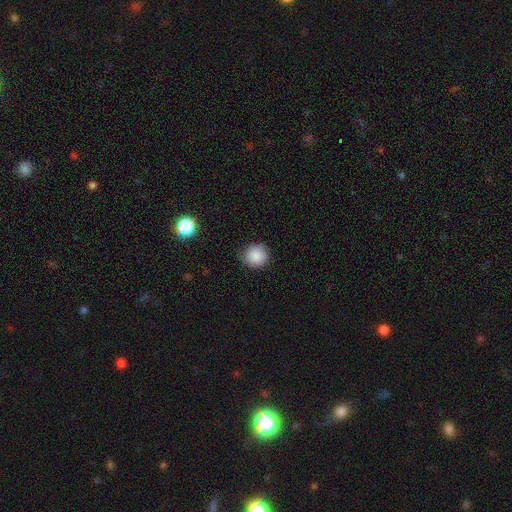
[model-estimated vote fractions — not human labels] smooth-or-featured: smooth: 87% | star or artifact: 9% | featured or disk: 3%
  how-rounded: round: 91% | in between: 8% | cigar-shaped: 1%
  merging: none: 86% | minor disturbance: 10% | major disturbance: 2% | merger: 1%